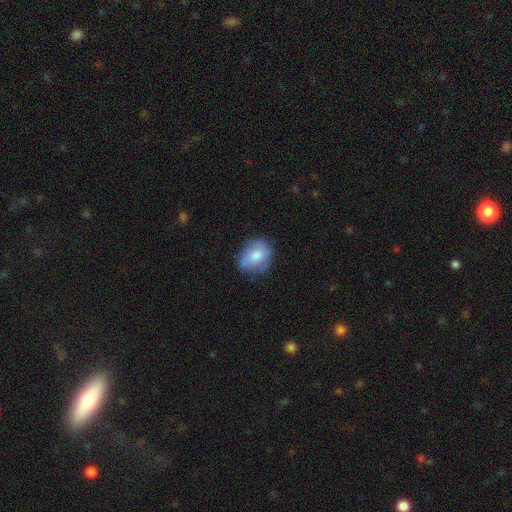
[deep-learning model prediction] Q: Smooth or featured?
A: smooth (75%); runner-up: featured or disk (18%)
Q: How rounded?
A: in between (52%); runner-up: round (47%)
Q: Merging?
A: none (63%); runner-up: minor disturbance (28%)